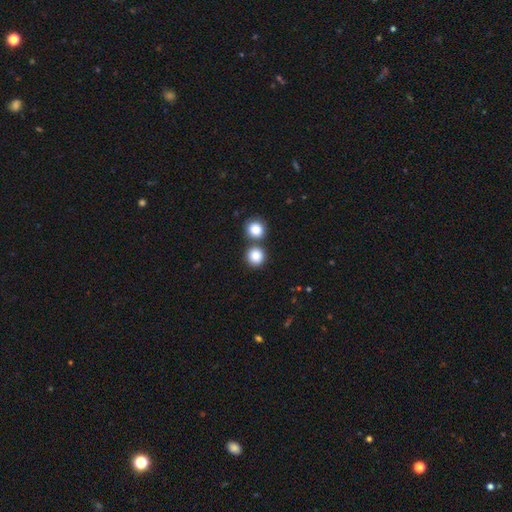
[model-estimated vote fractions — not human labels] Q: Smooth or featured?
A: smooth (86%); runner-up: star or artifact (9%)
Q: How rounded?
A: round (90%); runner-up: in between (9%)
Q: Merging?
A: none (67%); runner-up: merger (23%)